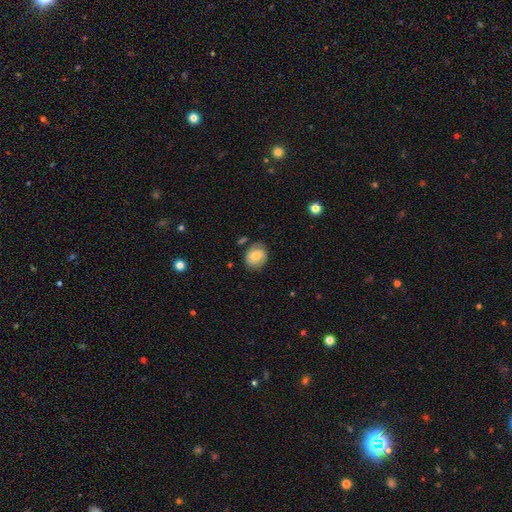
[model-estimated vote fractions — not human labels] Q: Smooth or featured?
A: smooth (73%); runner-up: featured or disk (19%)
Q: How rounded?
A: round (57%); runner-up: in between (42%)
Q: Merging?
A: none (75%); runner-up: minor disturbance (17%)